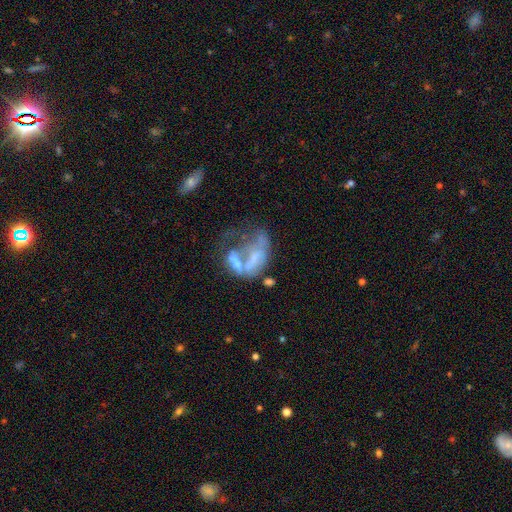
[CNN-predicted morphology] type=featured or disk (55%); edge-on=no (96%); bar=no (75%); spiral arms=no (88%); bulge=none (53%); merging=merger (42%).